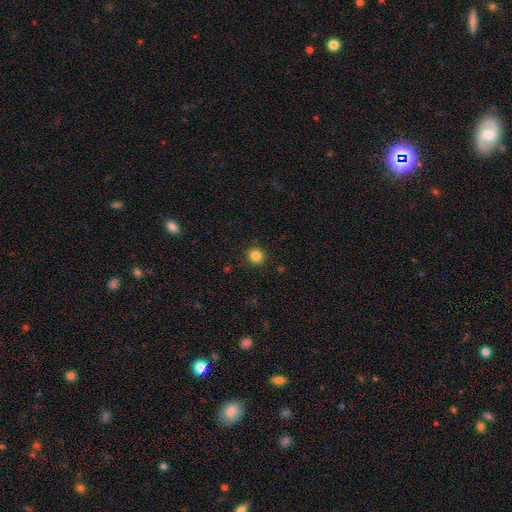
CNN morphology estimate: Smooth or featured: smooth — 84% (star or artifact — 12%)
How rounded: round — 92% (in between — 7%)
Merging: none — 91% (minor disturbance — 6%)